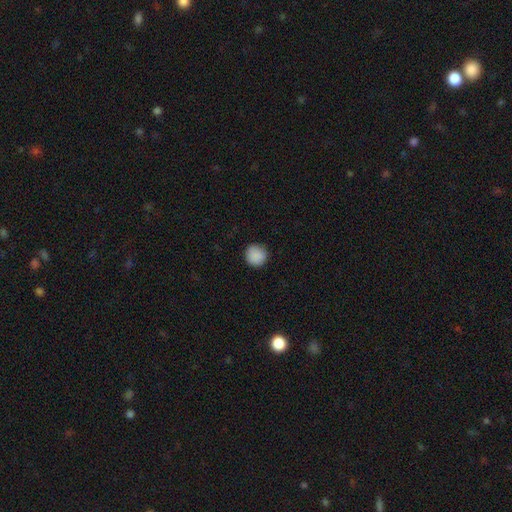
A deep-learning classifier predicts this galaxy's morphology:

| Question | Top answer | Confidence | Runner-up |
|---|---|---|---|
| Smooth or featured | smooth | 89% | star or artifact (8%) |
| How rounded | round | 94% | in between (5%) |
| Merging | none | 90% | minor disturbance (7%) |